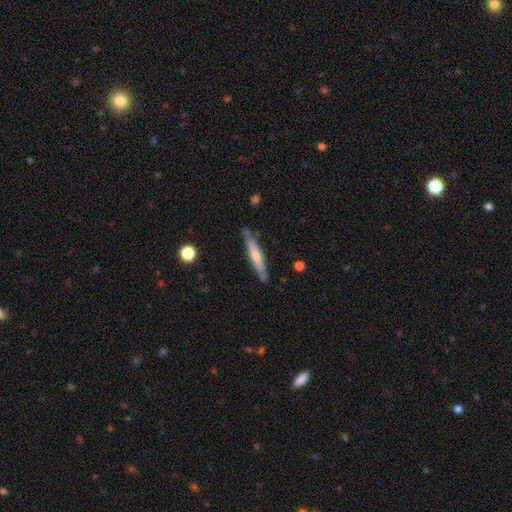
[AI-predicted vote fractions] smooth-or-featured: smooth: 49% | featured or disk: 46% | star or artifact: 6%
  merging: none: 83% | minor disturbance: 13% | major disturbance: 2% | merger: 2%